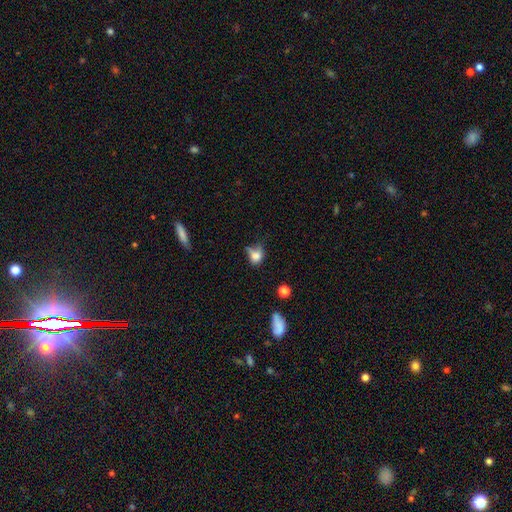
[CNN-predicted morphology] Smooth or featured? Predicted: smooth (p=0.73). How rounded? Predicted: in between (p=0.57). Merging? Predicted: none (p=0.33).